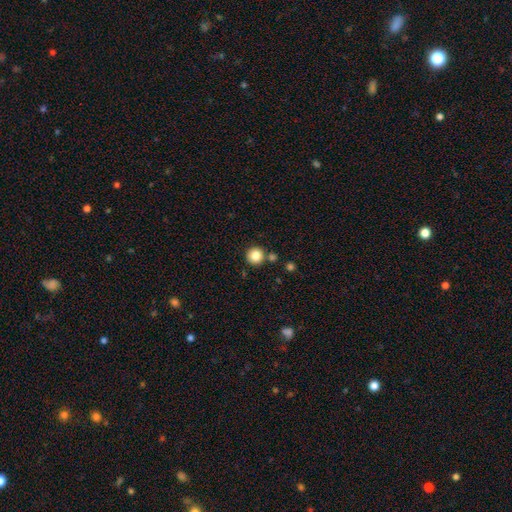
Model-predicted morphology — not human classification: smooth_or_featured: smooth (p=0.84) [alt: star or artifact p=0.11]
how_rounded: round (p=0.95) [alt: in between p=0.04]
merging: none (p=0.82) [alt: merger p=0.09]